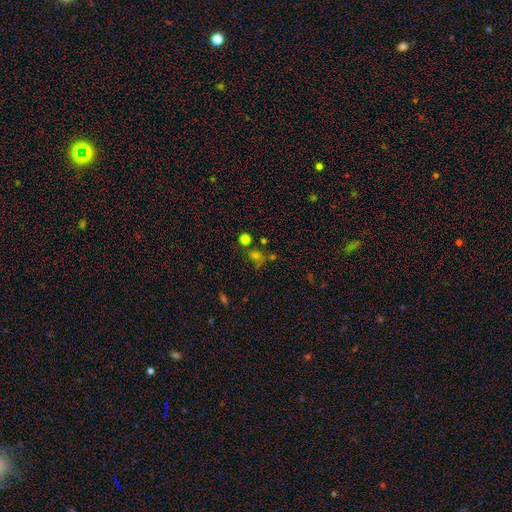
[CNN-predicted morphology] Smooth or featured: smooth — 60% (star or artifact — 30%)
How rounded: round — 76% (in between — 23%)
Merging: none — 56% (merger — 19%)